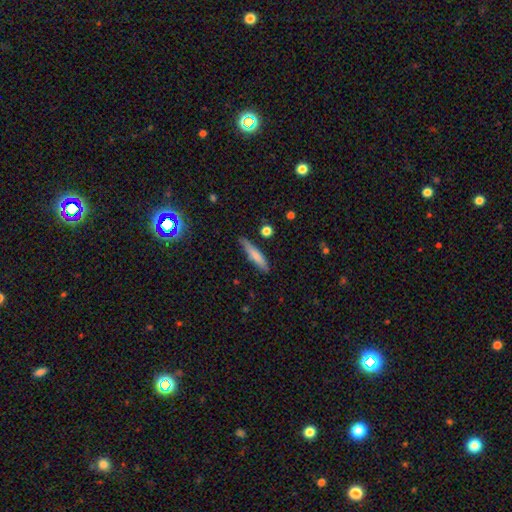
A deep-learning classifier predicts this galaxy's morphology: smooth-or-featured: smooth: 74% | featured or disk: 20% | star or artifact: 6%
  how-rounded: cigar-shaped: 86% | in between: 13% | round: 2%
  merging: none: 76% | minor disturbance: 18% | major disturbance: 3% | merger: 3%